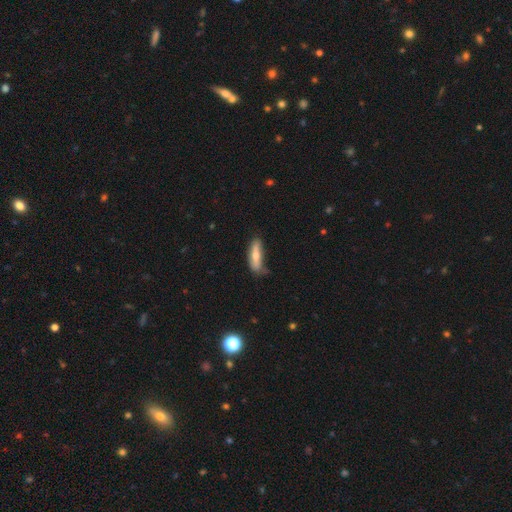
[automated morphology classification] This is likely a smooth galaxy (62%). How rounded: possibly cigar-shaped (58%). Merging: possibly none (55%).